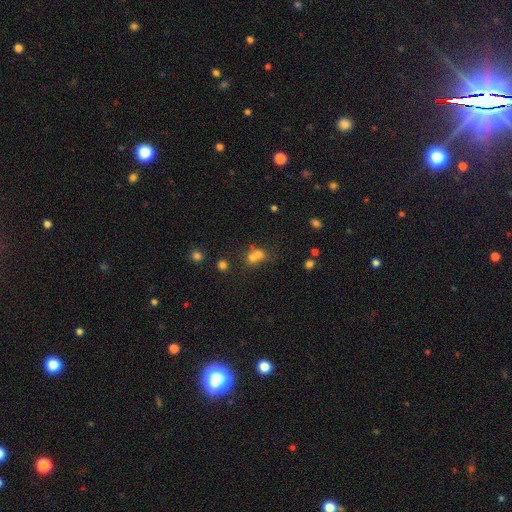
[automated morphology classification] Smooth or featured?
  - smooth: 66% *
  - featured or disk: 18%
  - star or artifact: 17%
How rounded?
  - round: 72% *
  - in between: 27%
  - cigar-shaped: 1%
Merging?
  - merger: 62% *
  - none: 28%
  - minor disturbance: 6%
  - major disturbance: 4%